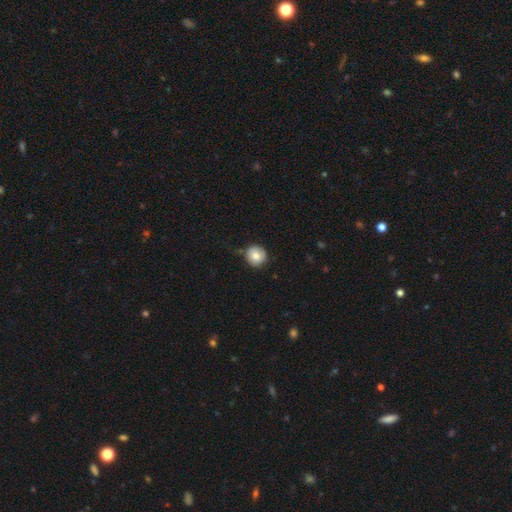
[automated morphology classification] smooth_or_featured: smooth (p=0.76) [alt: featured or disk p=0.16]
how_rounded: round (p=0.91) [alt: in between p=0.08]
merging: none (p=0.77) [alt: minor disturbance p=0.17]